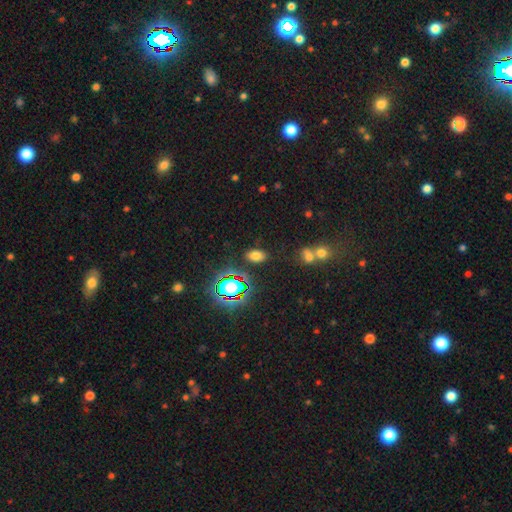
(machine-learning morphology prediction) type=smooth (69%); roundness=in between (87%); merging=none (82%).